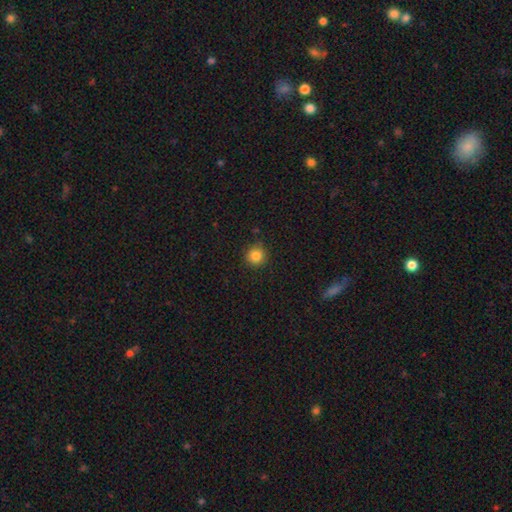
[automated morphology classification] type=smooth (84%); roundness=round (94%); merging=none (89%).